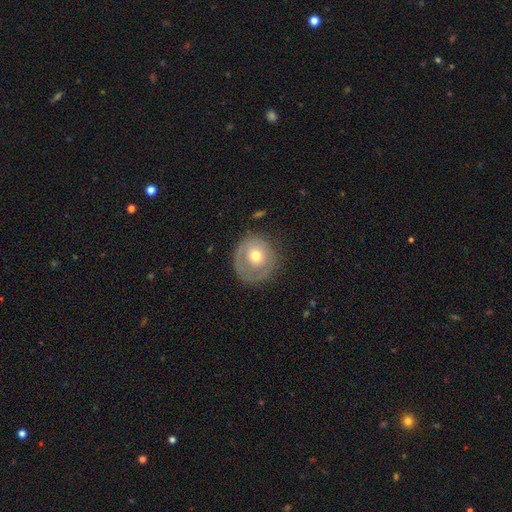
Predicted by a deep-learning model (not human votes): Smooth or featured? Predicted: smooth (p=0.50). How rounded? Predicted: round (p=0.86). Merging? Predicted: none (p=0.66).